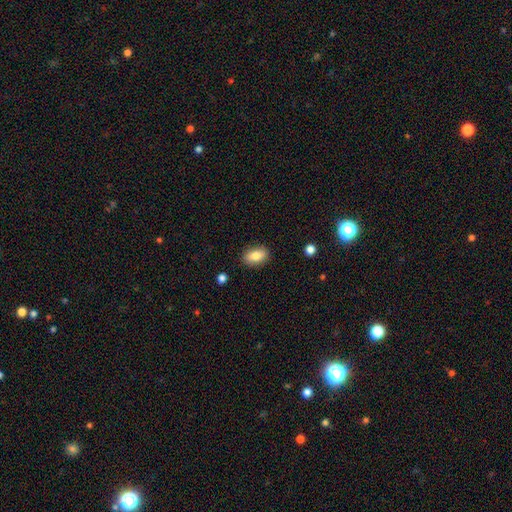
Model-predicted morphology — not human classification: Smooth or featured? Predicted: smooth (p=0.83). How rounded? Predicted: in between (p=0.88). Merging? Predicted: none (p=0.87).